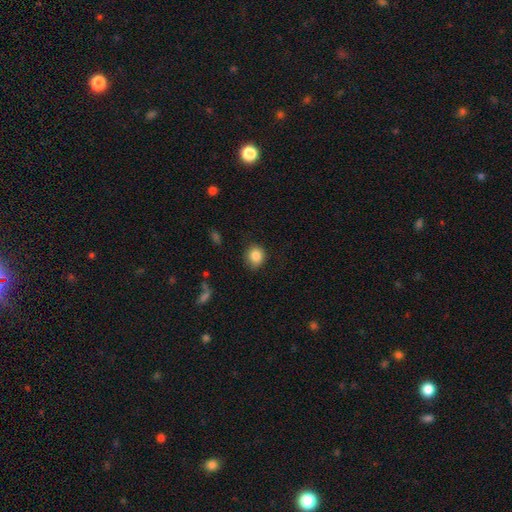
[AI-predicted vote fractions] Q: Smooth or featured?
A: smooth (85%); runner-up: star or artifact (9%)
Q: How rounded?
A: round (75%); runner-up: in between (24%)
Q: Merging?
A: none (82%); runner-up: minor disturbance (14%)